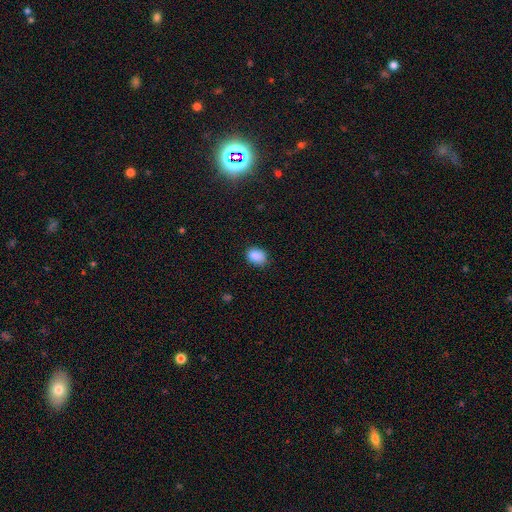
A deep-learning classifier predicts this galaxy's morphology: smooth_or_featured: smooth (p=0.87) [alt: star or artifact p=0.09]
how_rounded: in between (p=0.67) [alt: round p=0.32]
merging: none (p=0.75) [alt: minor disturbance p=0.20]